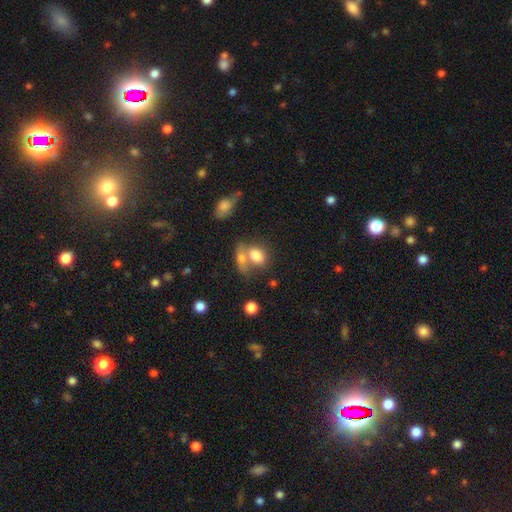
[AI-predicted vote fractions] This is likely a smooth galaxy (79%). How rounded: likely in between (77%). Merging: possibly merger (52%).